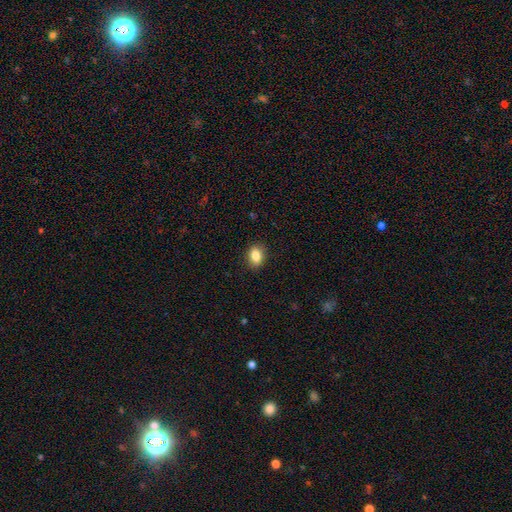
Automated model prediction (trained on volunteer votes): This appears to be a smooth galaxy with no disk features (85%) that is in between round and cigar-shaped (73%). Merging: none (88%).